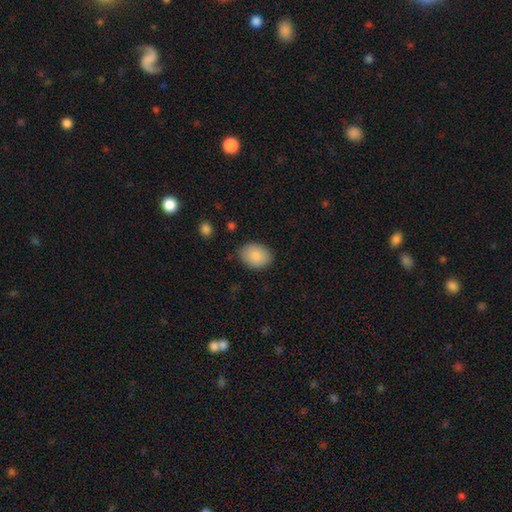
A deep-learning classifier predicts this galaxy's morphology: smooth-or-featured: smooth: 89% | star or artifact: 7% | featured or disk: 5%
  how-rounded: in between: 72% | round: 27% | cigar-shaped: 1%
  merging: none: 82% | minor disturbance: 13% | major disturbance: 3% | merger: 1%